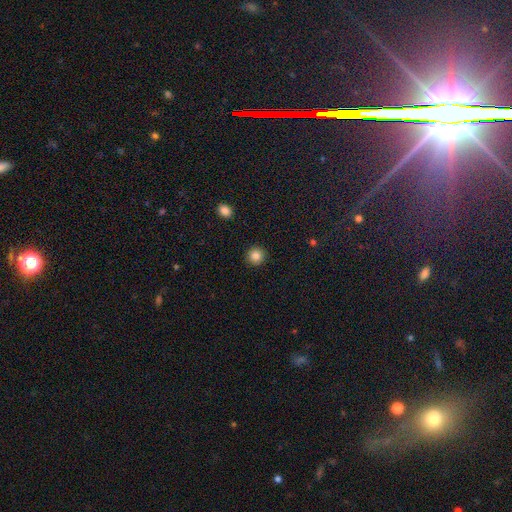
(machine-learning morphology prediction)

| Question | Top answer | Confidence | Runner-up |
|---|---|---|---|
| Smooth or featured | smooth | 85% | star or artifact (10%) |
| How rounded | round | 94% | in between (5%) |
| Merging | none | 92% | minor disturbance (5%) |